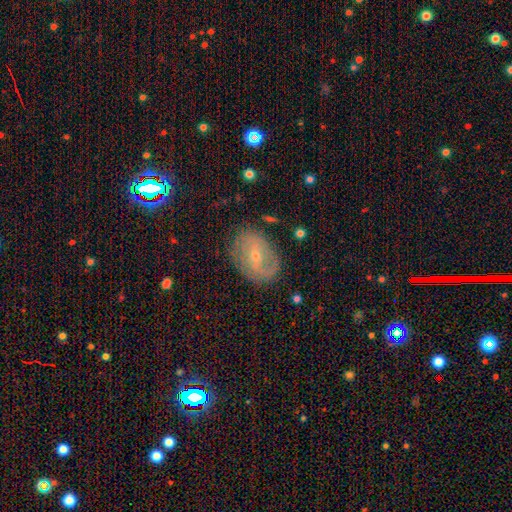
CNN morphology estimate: Smooth or featured? Predicted: featured or disk (p=0.67). Edge-on disk? Predicted: no (p=0.95). Bar? Predicted: weak (p=0.42). Spiral arms? Predicted: yes (p=0.74). Bulge size? Predicted: small (p=0.64). Merging? Predicted: none (p=0.75).